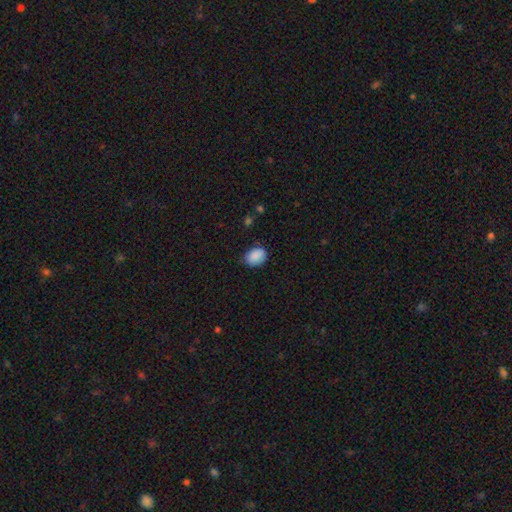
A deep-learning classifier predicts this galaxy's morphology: Q: Smooth or featured?
A: smooth (89%); runner-up: star or artifact (8%)
Q: How rounded?
A: in between (70%); runner-up: round (29%)
Q: Merging?
A: none (75%); runner-up: minor disturbance (20%)